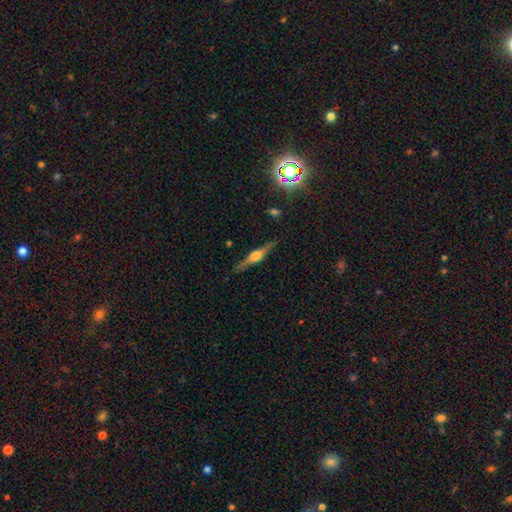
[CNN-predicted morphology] smooth_or_featured: featured or disk (p=0.82) [alt: smooth p=0.11]
disk_edge_on: yes (p=0.98) [alt: no p=0.02]
edge_on_bulge: rounded (p=0.89) [alt: boxy p=0.10]
merging: none (p=0.88) [alt: minor disturbance p=0.09]